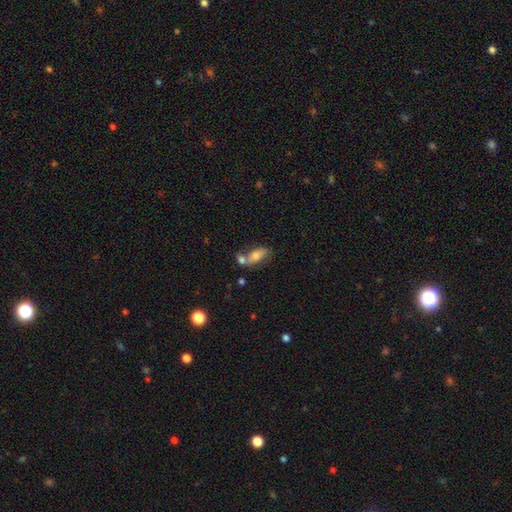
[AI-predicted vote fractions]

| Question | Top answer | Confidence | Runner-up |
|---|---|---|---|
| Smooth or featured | smooth | 67% | featured or disk (24%) |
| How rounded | in between | 76% | cigar-shaped (19%) |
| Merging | none | 41% | merger (40%) |